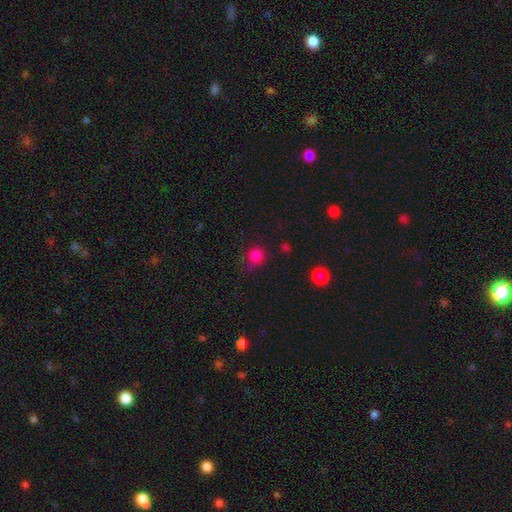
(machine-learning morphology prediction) The model was most divided on "merging": none: 67%, minor disturbance: 22%, major disturbance: 7%, merger: 3%. More confident: how rounded — round (86%); smooth or featured — smooth (81%).